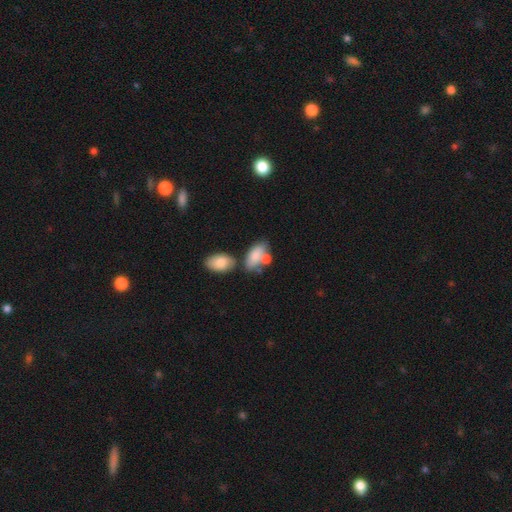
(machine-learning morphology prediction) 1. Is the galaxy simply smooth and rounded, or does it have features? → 79% smooth, 14% featured or disk, 7% star or artifact.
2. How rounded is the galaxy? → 91% in between, 5% cigar-shaped, 4% round.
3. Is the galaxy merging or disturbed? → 44% none, 32% merger, 17% minor disturbance, 7% major disturbance.